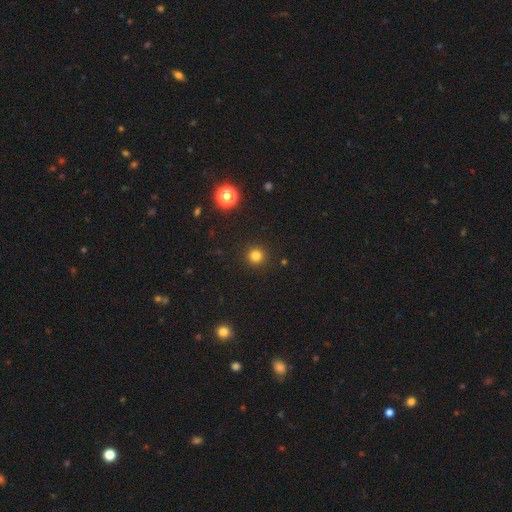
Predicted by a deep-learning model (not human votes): smooth-or-featured: smooth: 81% | star or artifact: 15% | featured or disk: 4%
  how-rounded: round: 95% | in between: 4% | cigar-shaped: 1%
  merging: none: 92% | minor disturbance: 5% | major disturbance: 2% | merger: 1%